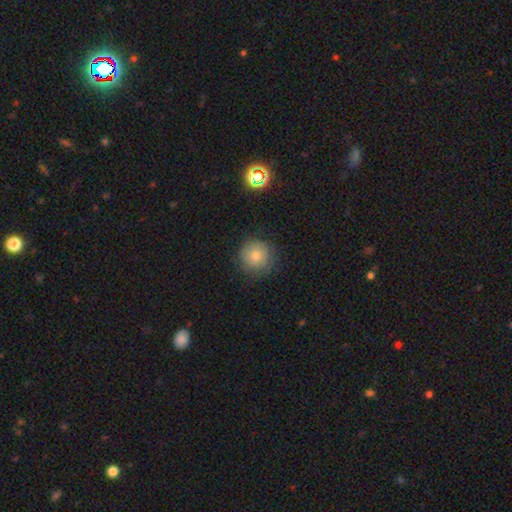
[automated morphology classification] Overall: smooth (77%). How rounded: round (94%). Merging: none (83%).